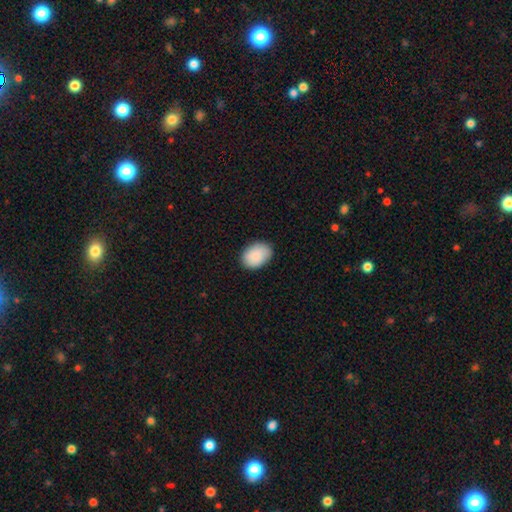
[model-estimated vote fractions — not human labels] Morphology: type=smooth (89%); roundness=in between (78%); merging=none (84%).